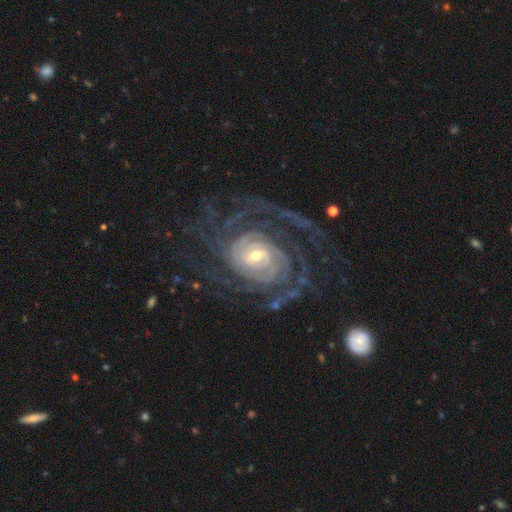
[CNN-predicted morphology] Q: Smooth or featured?
A: featured or disk (91%); runner-up: star or artifact (5%)
Q: Edge-on disk?
A: no (97%); runner-up: yes (3%)
Q: Bar?
A: weak (41%); runner-up: no (38%)
Q: Spiral arms?
A: yes (98%); runner-up: no (2%)
Q: Spiral winding?
A: tight (70%); runner-up: medium (24%)
Q: Spiral arm count?
A: can't tell (24%); runner-up: 4 (19%)
Q: Bulge size?
A: small (54%); runner-up: moderate (39%)
Q: Merging?
A: none (68%); runner-up: major disturbance (16%)